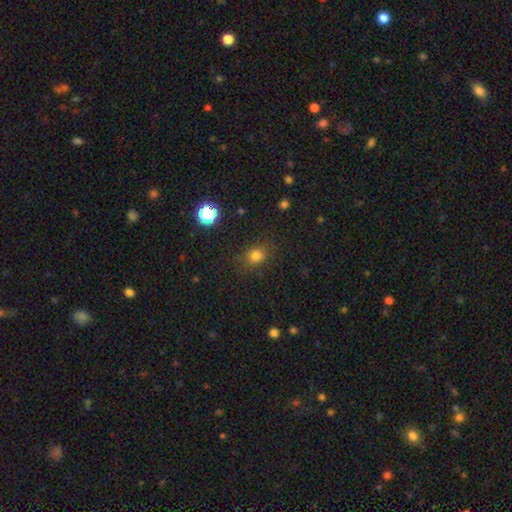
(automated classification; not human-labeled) Q: Smooth or featured?
A: smooth (78%); runner-up: star or artifact (16%)
Q: How rounded?
A: round (62%); runner-up: in between (37%)
Q: Merging?
A: none (83%); runner-up: minor disturbance (12%)